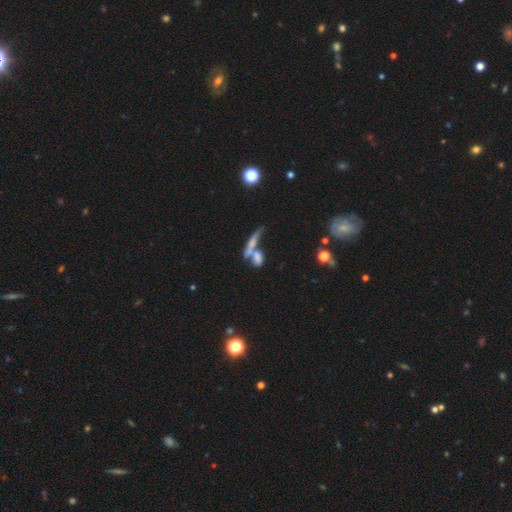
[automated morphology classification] smooth_or_featured: smooth (p=0.57) [alt: featured or disk p=0.30]
how_rounded: cigar-shaped (p=0.46) [alt: in between p=0.43]
merging: merger (p=0.54) [alt: none p=0.28]